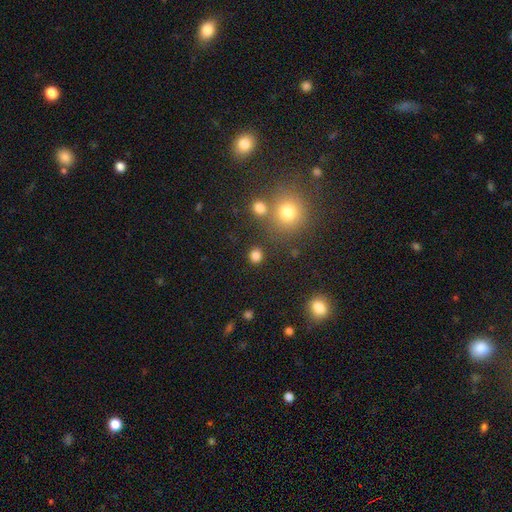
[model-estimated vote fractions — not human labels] smooth-or-featured: smooth: 81% | star or artifact: 14% | featured or disk: 4%
  how-rounded: round: 84% | in between: 15% | cigar-shaped: 1%
  merging: none: 85% | minor disturbance: 7% | merger: 5% | major disturbance: 3%